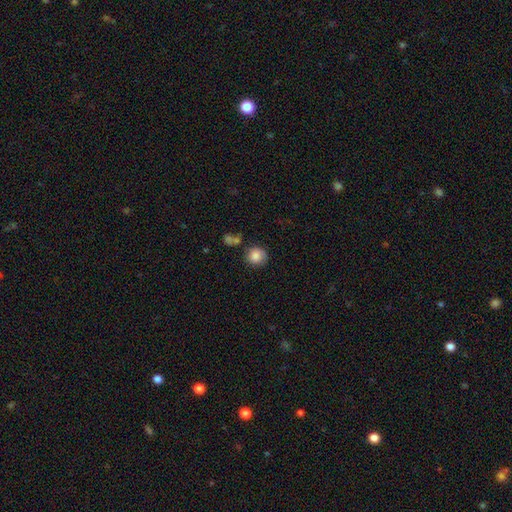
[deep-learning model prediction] Morphology: type=smooth (85%); roundness=round (87%); merging=none (69%).